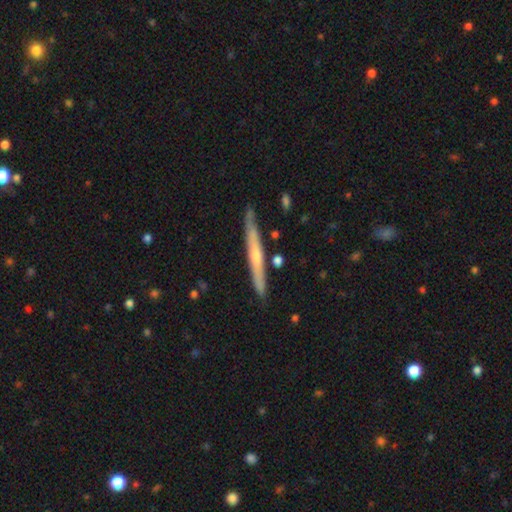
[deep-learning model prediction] A featured or disk galaxy (55%) viewed edge-on (93%) with a rounded central bulge (50%). Merging: none (82%).